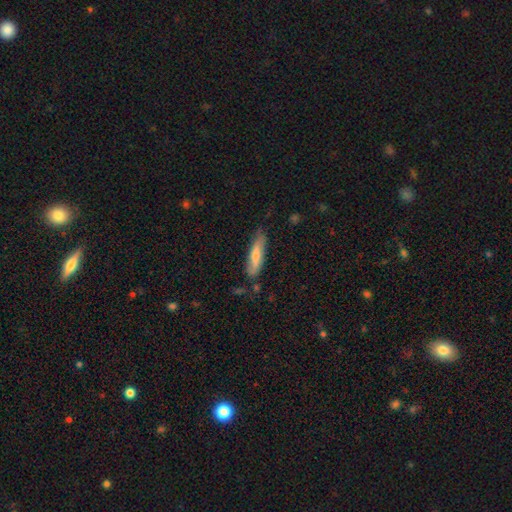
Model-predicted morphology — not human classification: smooth 66%, featured or disk 28%, star or artifact 6%. Down the decision tree: how rounded — cigar-shaped (78%); merging — none (74%).